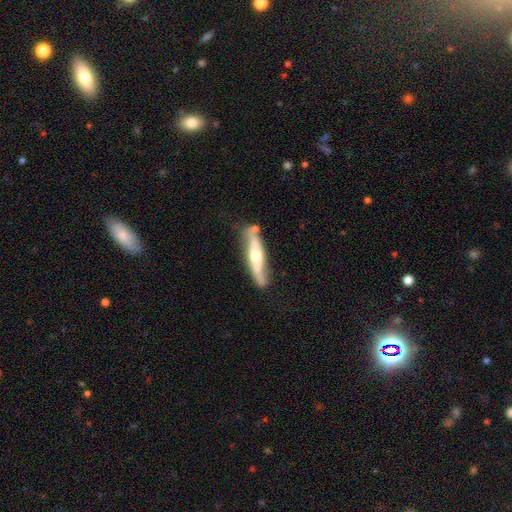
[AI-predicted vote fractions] This is possibly a featured or disk galaxy (59%). It is likely viewed edge-on (67%). Merging: likely none (64%).